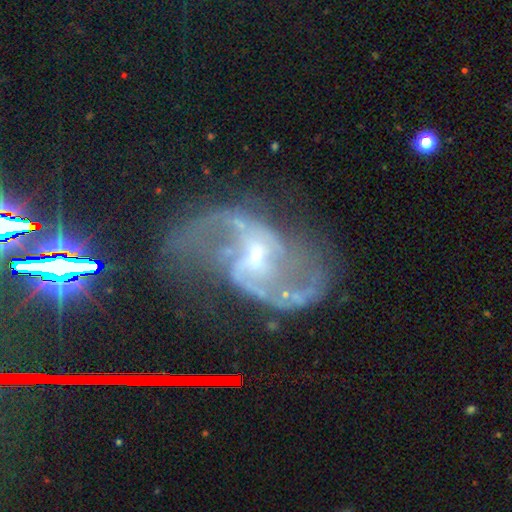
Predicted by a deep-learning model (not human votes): Smooth or featured: featured or disk — 90% (star or artifact — 7%)
Edge-on disk: no — 97% (yes — 3%)
Bar: weak — 40% (no — 39%)
Spiral arms: yes — 97% (no — 3%)
Spiral winding: loose — 51% (medium — 40%)
Spiral arm count: 2 — 92% (can't tell — 2%)
Bulge size: small — 66% (moderate — 30%)
Merging: none — 66% (minor disturbance — 17%)